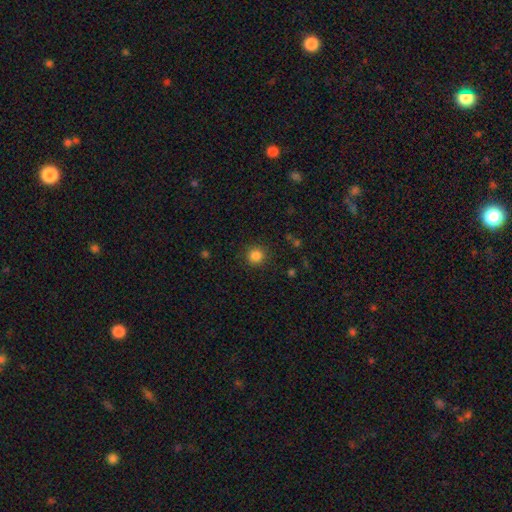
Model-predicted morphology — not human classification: Q: Smooth or featured?
A: smooth (85%); runner-up: star or artifact (12%)
Q: How rounded?
A: round (93%); runner-up: in between (6%)
Q: Merging?
A: none (90%); runner-up: minor disturbance (6%)